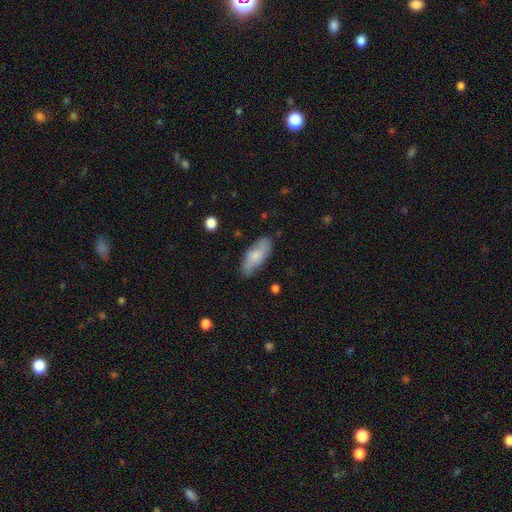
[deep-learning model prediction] Q: Smooth or featured?
A: smooth (67%); runner-up: featured or disk (27%)
Q: How rounded?
A: in between (83%); runner-up: cigar-shaped (14%)
Q: Merging?
A: none (76%); runner-up: minor disturbance (19%)